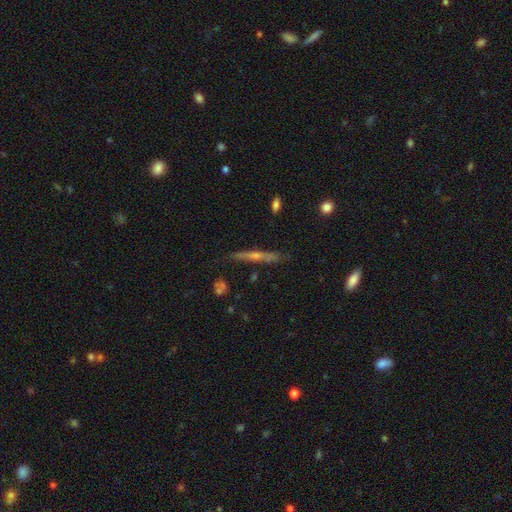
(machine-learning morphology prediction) This appears to be a featured or disk galaxy (65%) viewed edge-on (94%) with a rounded central bulge (72%). Merging: none (80%).